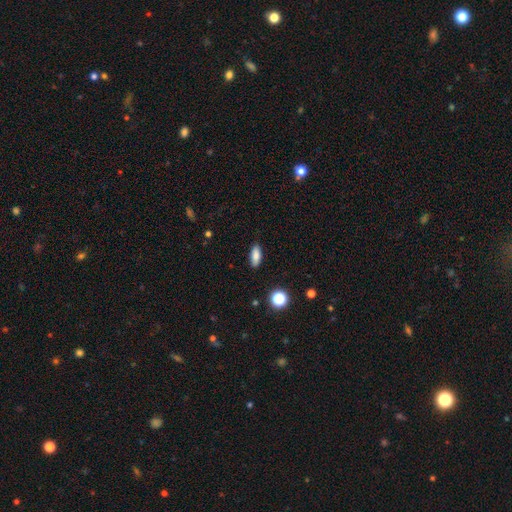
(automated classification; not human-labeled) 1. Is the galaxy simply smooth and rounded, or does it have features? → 83% smooth, 9% star or artifact, 9% featured or disk.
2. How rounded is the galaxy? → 72% in between, 24% cigar-shaped, 4% round.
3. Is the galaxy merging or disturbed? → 89% none, 8% minor disturbance, 2% major disturbance, 1% merger.